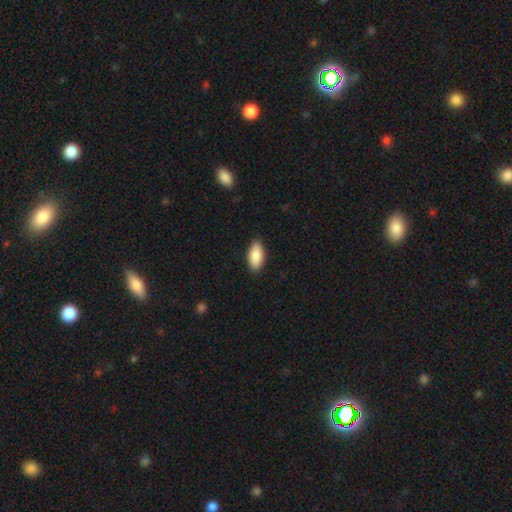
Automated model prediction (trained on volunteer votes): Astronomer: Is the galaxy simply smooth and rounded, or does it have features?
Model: smooth — 89%.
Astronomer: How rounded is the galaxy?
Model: in between — 91%.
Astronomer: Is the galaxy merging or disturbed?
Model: none — 88%.